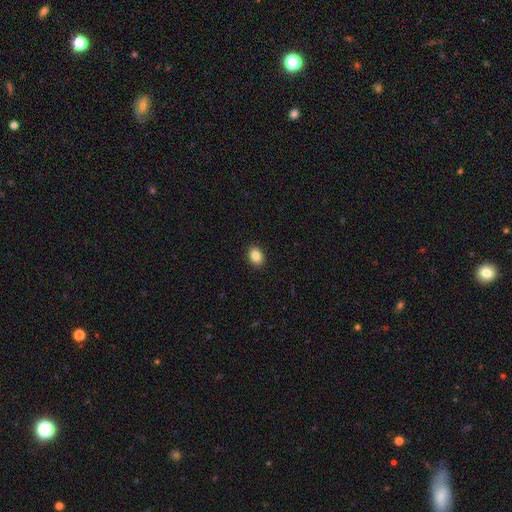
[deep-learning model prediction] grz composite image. It shows a smooth galaxy with no disk features (86%) that is in between round and cigar-shaped (74%). Merging: none (91%).